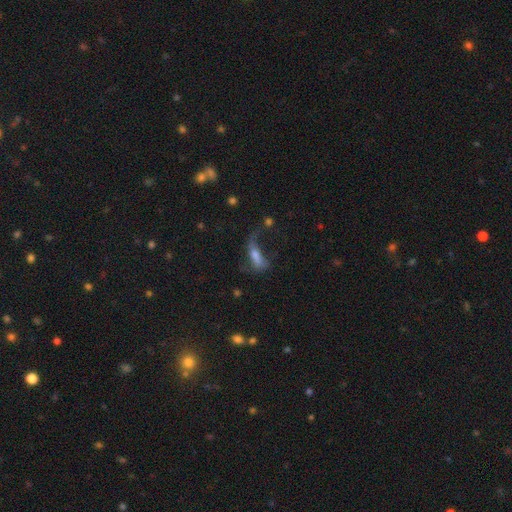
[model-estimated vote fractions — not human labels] This appears to be a smooth galaxy with no disk features (50%). Merging: major disturbance (46%).